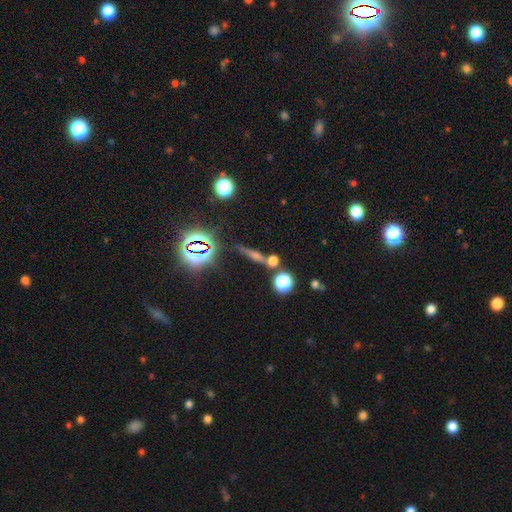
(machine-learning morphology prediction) Smooth or featured: star or artifact — 42% (featured or disk — 31%)